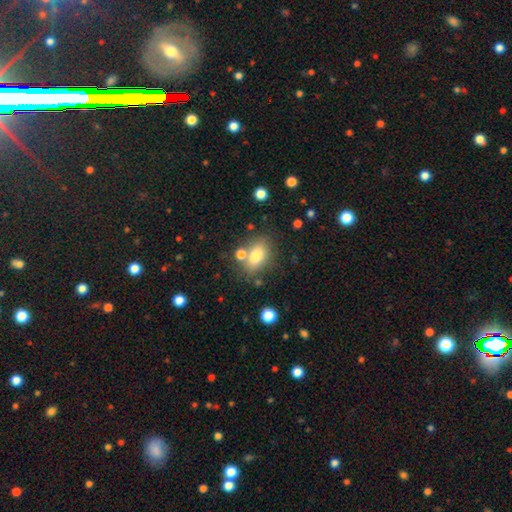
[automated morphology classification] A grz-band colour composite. It shows a smooth galaxy with no disk features (79%) that is in between round and cigar-shaped (81%). Merging: none (69%).